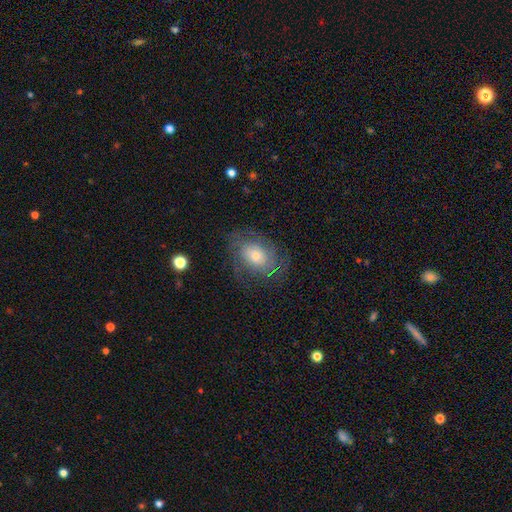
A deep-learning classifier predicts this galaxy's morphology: This is possibly a featured or disk galaxy (59%). It is clearly not viewed edge-on (95%). Bar: likely no (78%). Spiral arm pattern: likely yes (79%). Central bulge: possibly moderate (49%). Merging: likely none (70%).